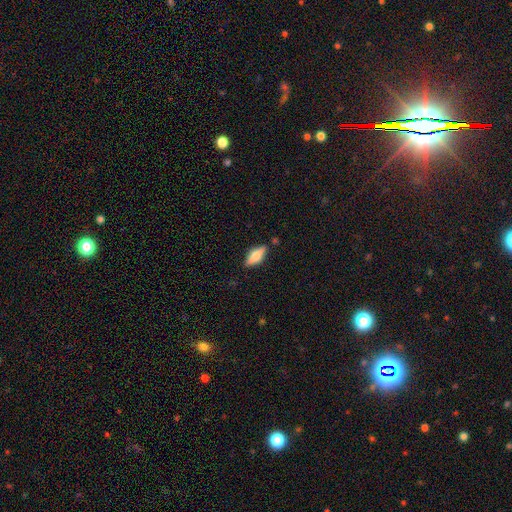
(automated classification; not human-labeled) Overall: smooth (53%; featured or disk 39%). How rounded: in between (67%; cigar-shaped 30%). Merging: none (81%).